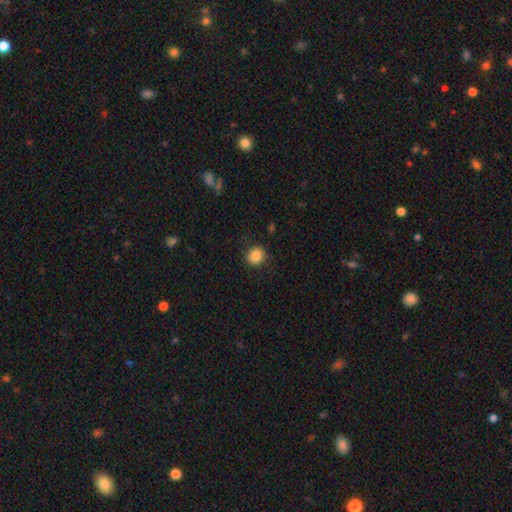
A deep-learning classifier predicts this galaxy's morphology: smooth-or-featured: smooth: 86% | star or artifact: 10% | featured or disk: 4%
  how-rounded: round: 85% | in between: 14% | cigar-shaped: 1%
  merging: none: 89% | minor disturbance: 7% | major disturbance: 2% | merger: 1%